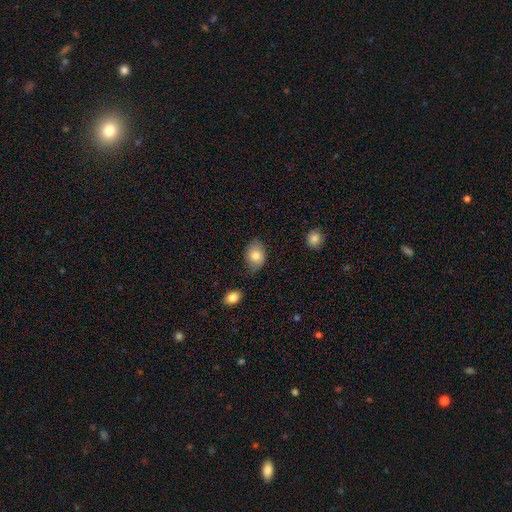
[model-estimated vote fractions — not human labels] smooth_or_featured: smooth (p=0.82) [alt: featured or disk p=0.11]
how_rounded: in between (p=0.72) [alt: round p=0.27]
merging: none (p=0.68) [alt: minor disturbance p=0.24]